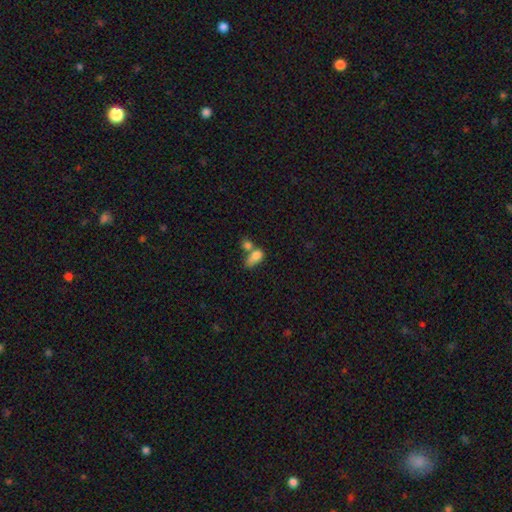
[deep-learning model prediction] Q: Smooth or featured?
A: smooth (78%); runner-up: featured or disk (12%)
Q: How rounded?
A: in between (77%); runner-up: round (18%)
Q: Merging?
A: merger (55%); runner-up: none (22%)